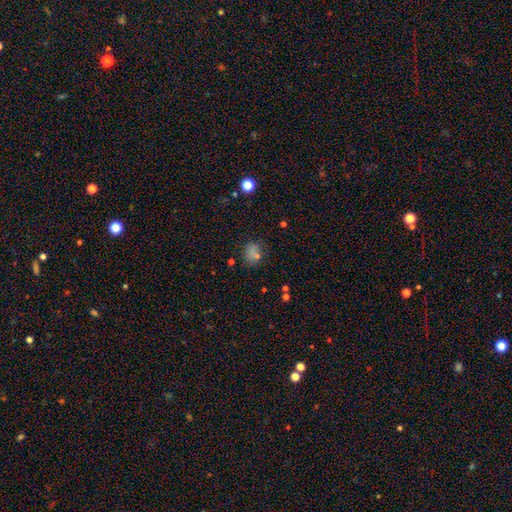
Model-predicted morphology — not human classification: Smooth or featured: smooth — 64% (star or artifact — 27%)
How rounded: round — 61% (in between — 38%)
Merging: none — 72% (minor disturbance — 17%)